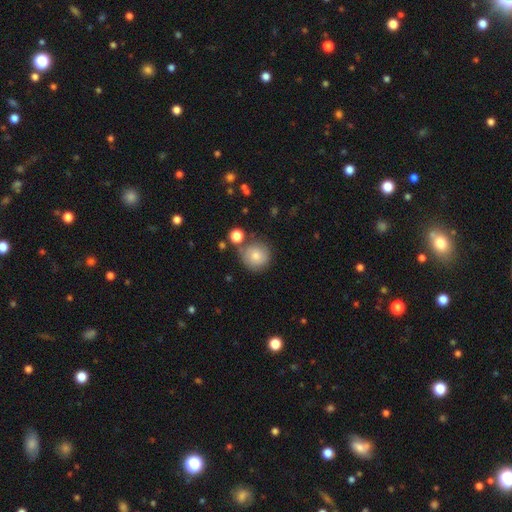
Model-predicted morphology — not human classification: Overall: smooth (76%). How rounded: round (93%). Merging: none (68%).